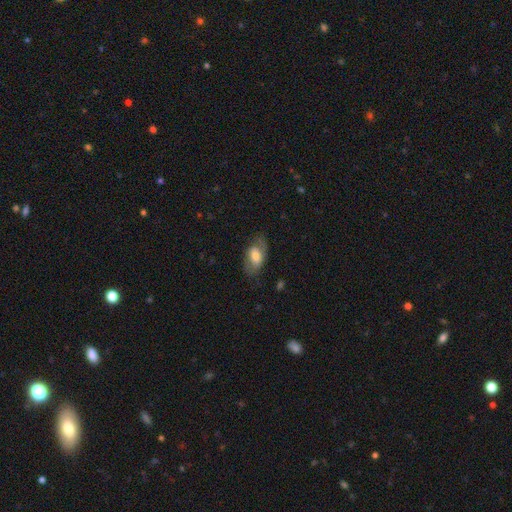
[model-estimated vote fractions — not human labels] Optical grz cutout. It shows a smooth galaxy with no disk features (50%) that is in between round and cigar-shaped (90%). Merging: none (69%).